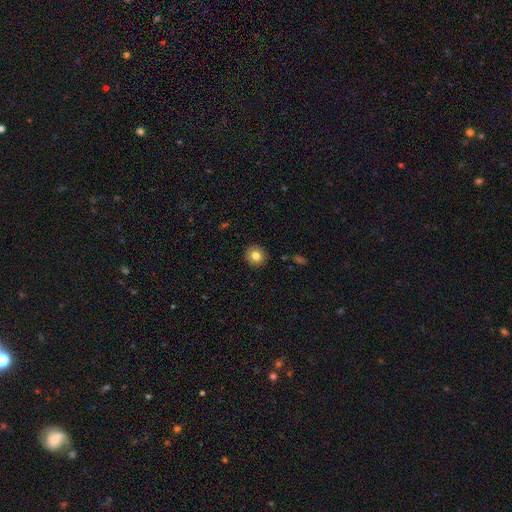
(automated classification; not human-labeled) Smooth or featured? smooth (80%)
How rounded? round (93%)
Merging? none (91%)